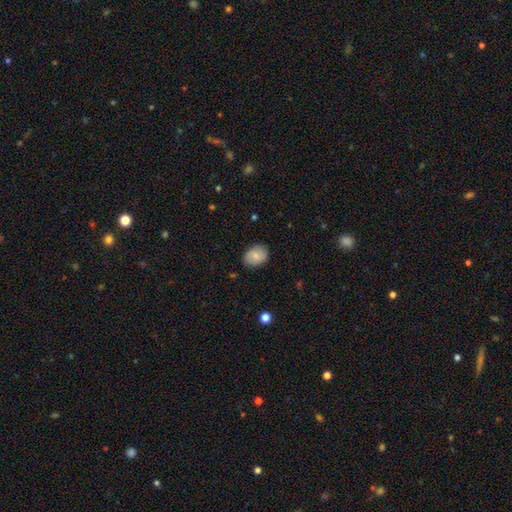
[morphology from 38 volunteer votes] A smooth galaxy with no disk features (82%) that is in between round and cigar-shaped (65%). Merging: none (72%).